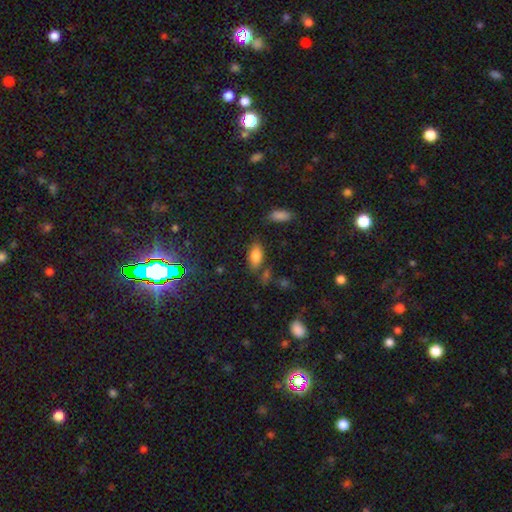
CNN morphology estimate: Smooth or featured? Predicted: smooth (p=0.81). How rounded? Predicted: in between (p=0.91). Merging? Predicted: none (p=0.70).